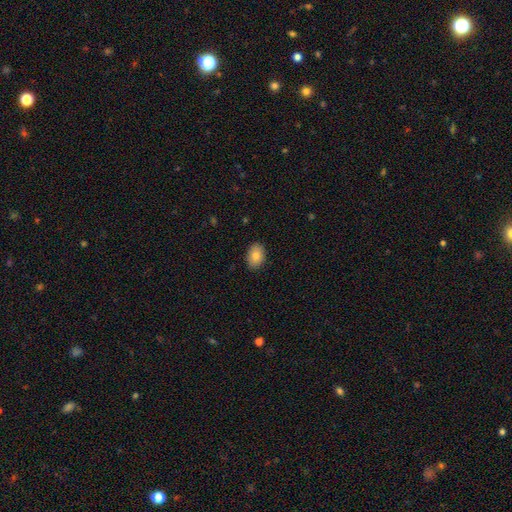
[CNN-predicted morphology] smooth-or-featured: smooth: 82% | featured or disk: 10% | star or artifact: 8%
  how-rounded: in between: 83% | round: 16% | cigar-shaped: 1%
  merging: none: 88% | minor disturbance: 9% | major disturbance: 2% | merger: 1%